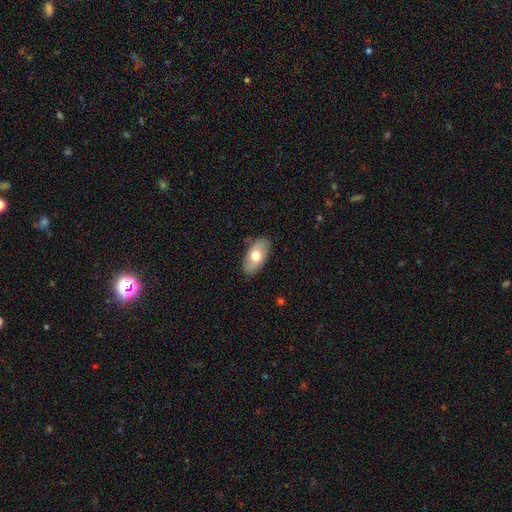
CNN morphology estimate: The model was most divided on "smooth or featured": smooth: 65%, featured or disk: 29%, star or artifact: 6%. More confident: how rounded — in between (93%); merging — none (84%).